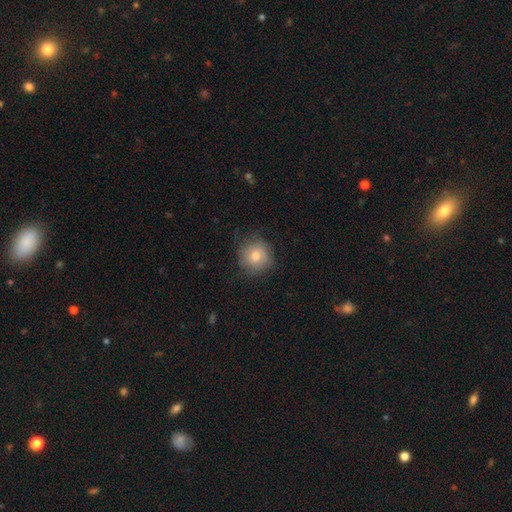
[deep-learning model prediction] smooth-or-featured: smooth: 74% | featured or disk: 17% | star or artifact: 8%
  how-rounded: round: 91% | in between: 8% | cigar-shaped: 1%
  merging: none: 73% | minor disturbance: 20% | major disturbance: 6% | merger: 1%